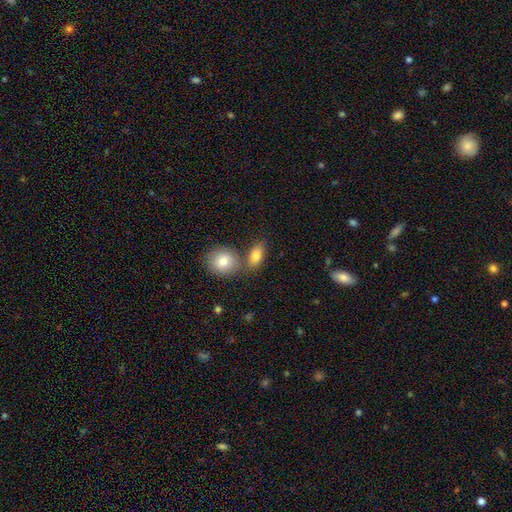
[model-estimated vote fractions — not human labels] The model was most divided on "merging": none: 57%, merger: 28%, minor disturbance: 11%, major disturbance: 4%. More confident: smooth or featured — smooth (81%); how rounded — in between (79%).